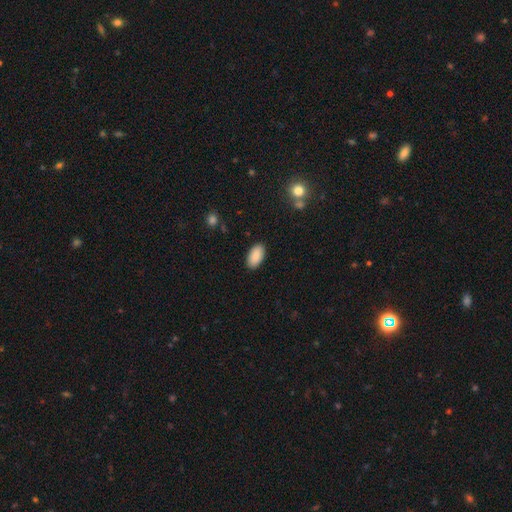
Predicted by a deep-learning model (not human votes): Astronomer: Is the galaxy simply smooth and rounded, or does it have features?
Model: smooth — 90%.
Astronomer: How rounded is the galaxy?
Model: in between — 95%.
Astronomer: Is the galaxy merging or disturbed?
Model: none — 89%.